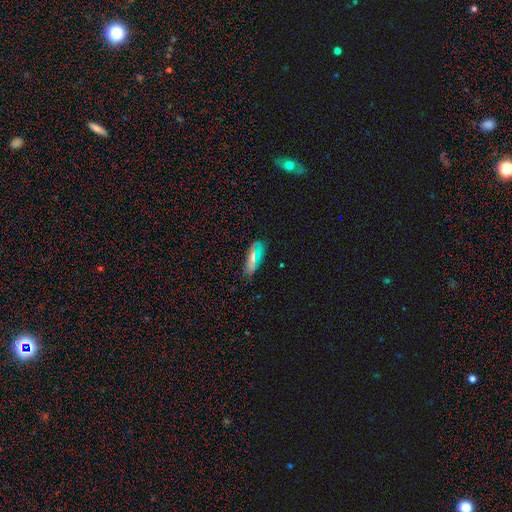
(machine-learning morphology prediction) smooth_or_featured: smooth (p=0.51) [alt: featured or disk p=0.31]
how_rounded: in between (p=0.67) [alt: cigar-shaped p=0.27]
merging: none (p=0.78) [alt: minor disturbance p=0.16]